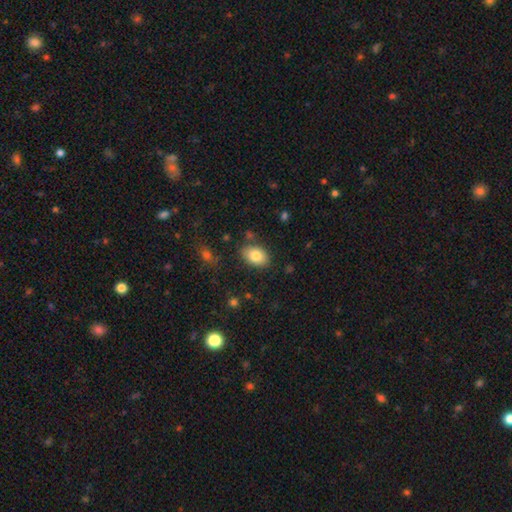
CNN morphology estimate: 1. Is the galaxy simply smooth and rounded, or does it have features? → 82% smooth, 10% featured or disk, 8% star or artifact.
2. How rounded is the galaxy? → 87% in between, 12% round, 1% cigar-shaped.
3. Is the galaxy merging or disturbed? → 81% none, 12% minor disturbance, 3% merger, 3% major disturbance.